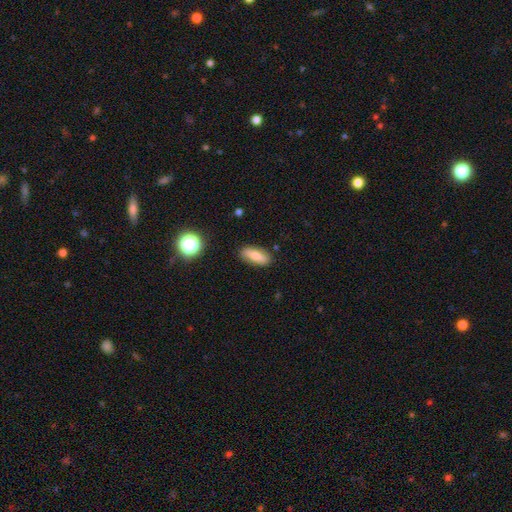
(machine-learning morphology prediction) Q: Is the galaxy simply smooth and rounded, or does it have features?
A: smooth — 77%.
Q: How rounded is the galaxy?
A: in between — 69%.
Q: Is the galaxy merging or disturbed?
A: none — 84%.